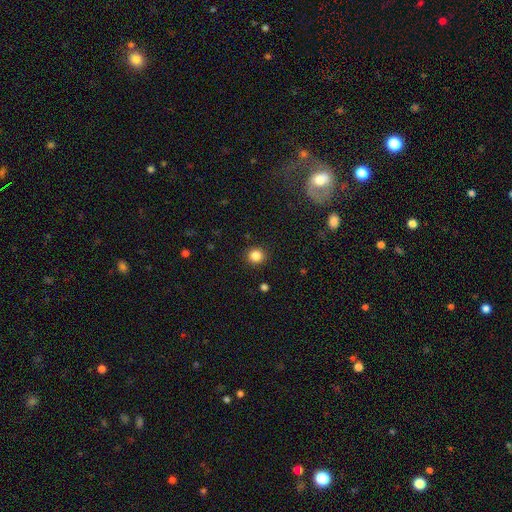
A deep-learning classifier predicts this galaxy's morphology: This is clearly a smooth galaxy (85%). How rounded: clearly round (92%). Merging: clearly none (91%).